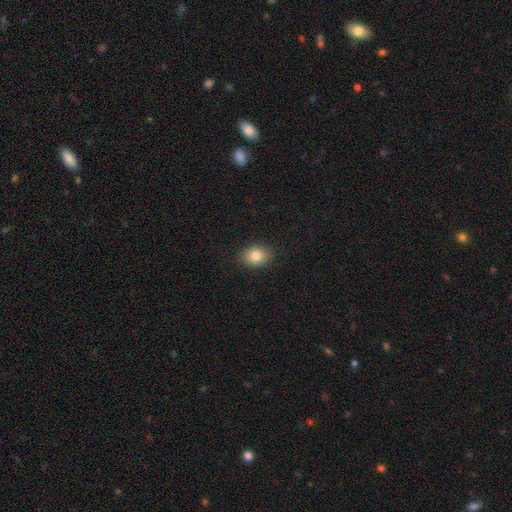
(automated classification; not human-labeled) smooth-or-featured: smooth: 83% | star or artifact: 10% | featured or disk: 7%
  how-rounded: in between: 59% | round: 40% | cigar-shaped: 1%
  merging: none: 88% | minor disturbance: 9% | major disturbance: 2% | merger: 1%